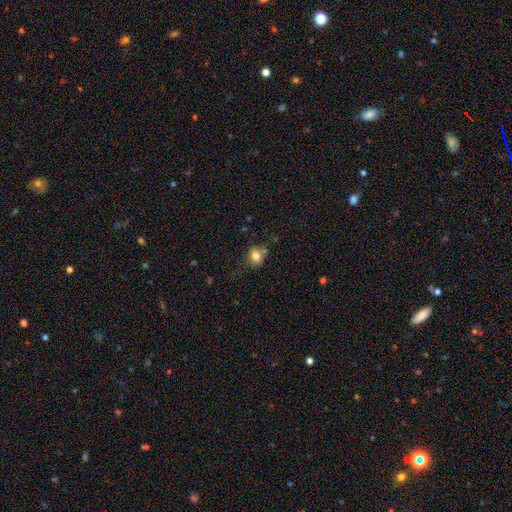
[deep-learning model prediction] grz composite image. It shows a smooth galaxy with no disk features (79%) that is round (67%). Merging: none (63%).